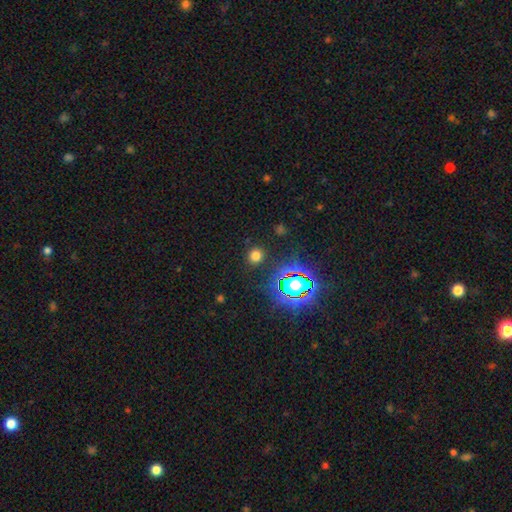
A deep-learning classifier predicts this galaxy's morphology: The model was most divided on "smooth or featured": smooth: 68%, star or artifact: 26%, featured or disk: 6%. More confident: merging — none (88%); how rounded — round (84%).